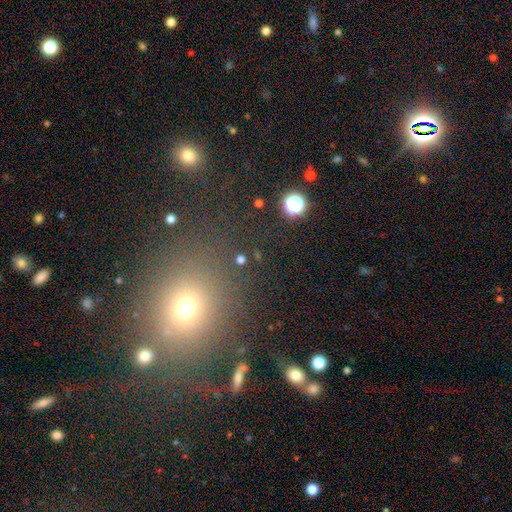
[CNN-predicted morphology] smooth-or-featured: smooth: 53% | star or artifact: 37% | featured or disk: 10%
  how-rounded: round: 65% | in between: 33% | cigar-shaped: 2%
  merging: none: 83% | minor disturbance: 9% | major disturbance: 4% | merger: 4%